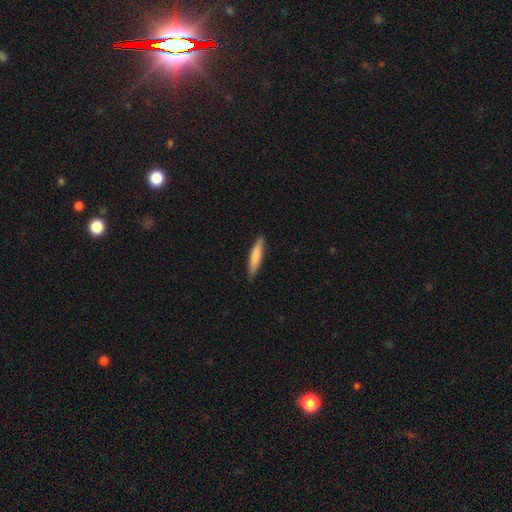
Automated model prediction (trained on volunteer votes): Morphology: type=smooth (74%); roundness=cigar-shaped (87%); merging=none (88%).